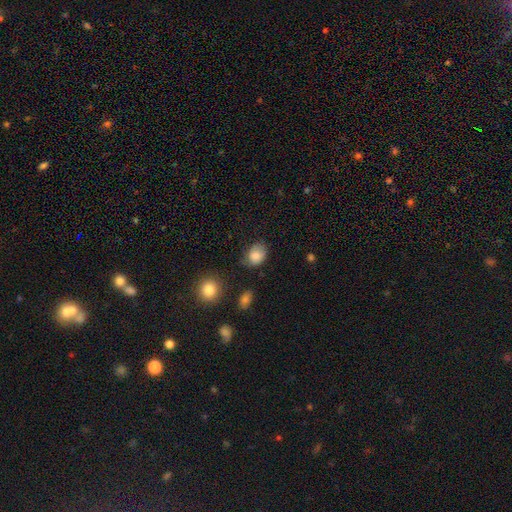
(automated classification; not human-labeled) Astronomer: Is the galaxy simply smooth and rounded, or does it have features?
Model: smooth — 82%.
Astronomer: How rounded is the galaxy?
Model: in between — 66%.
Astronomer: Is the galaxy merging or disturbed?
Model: none — 62%.